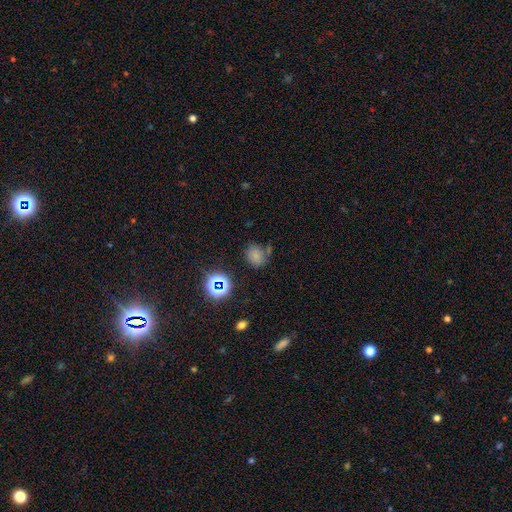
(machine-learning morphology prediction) Smooth or featured?
  - smooth: 64% *
  - star or artifact: 26%
  - featured or disk: 10%
How rounded?
  - round: 56% *
  - in between: 42%
  - cigar-shaped: 1%
Merging?
  - none: 64% *
  - minor disturbance: 19%
  - merger: 11%
  - major disturbance: 7%